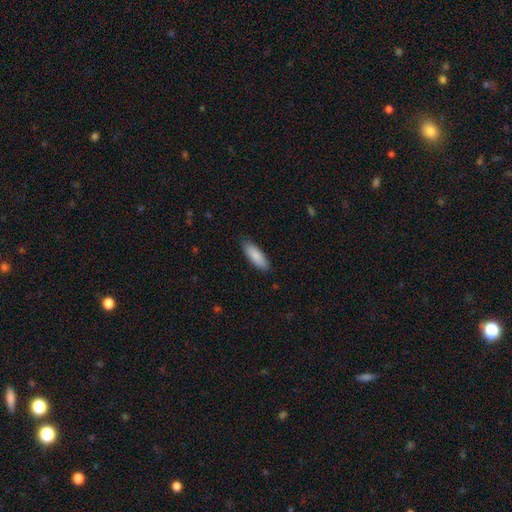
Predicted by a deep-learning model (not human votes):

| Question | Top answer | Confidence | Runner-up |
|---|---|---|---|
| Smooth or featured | smooth | 88% | featured or disk (6%) |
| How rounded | in between | 61% | cigar-shaped (38%) |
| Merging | none | 85% | minor disturbance (11%) |